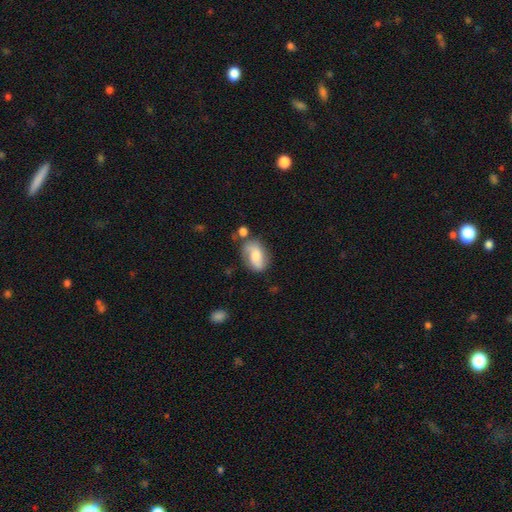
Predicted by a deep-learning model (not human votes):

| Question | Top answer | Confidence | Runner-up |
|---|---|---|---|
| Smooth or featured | smooth | 49% | featured or disk (43%) |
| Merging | none | 57% | minor disturbance (24%) |